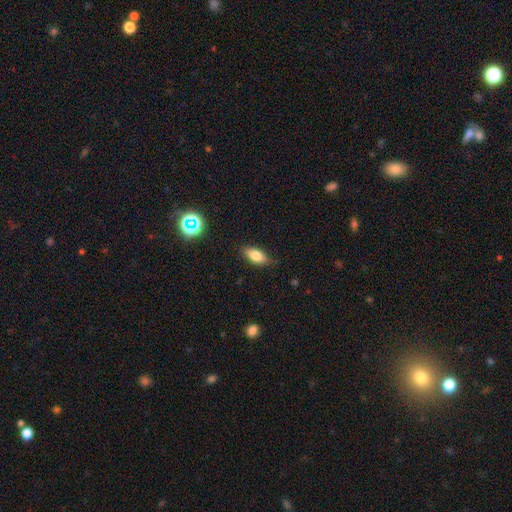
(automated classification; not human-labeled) Overall: smooth (75%). How rounded: in between (82%). Merging: none (79%).